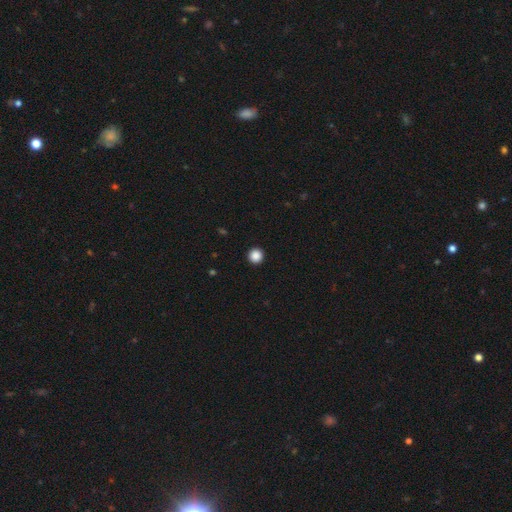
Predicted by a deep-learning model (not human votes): Smooth or featured? smooth (88%)
How rounded? round (96%)
Merging? none (94%)